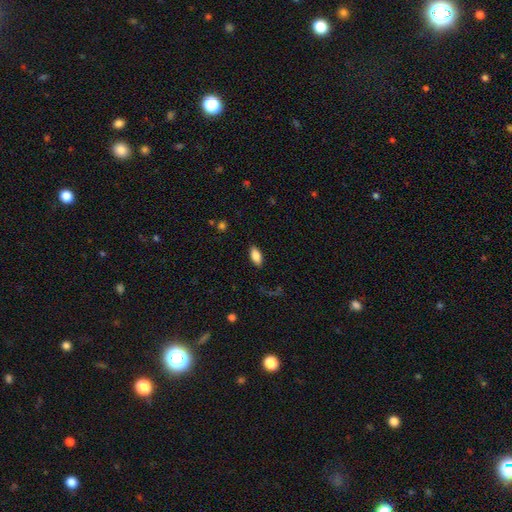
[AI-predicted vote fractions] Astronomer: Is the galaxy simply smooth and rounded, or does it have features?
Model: smooth — 85%.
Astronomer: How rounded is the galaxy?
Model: in between — 90%.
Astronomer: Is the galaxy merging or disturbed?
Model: none — 86%.